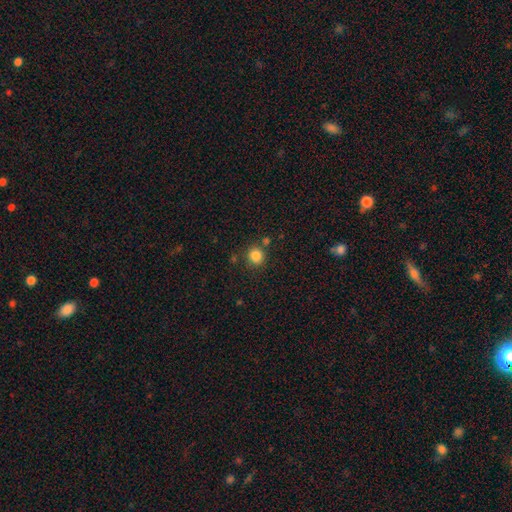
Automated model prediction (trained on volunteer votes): This appears to be a smooth galaxy with no disk features (84%) that is round (89%). Merging: none (79%).